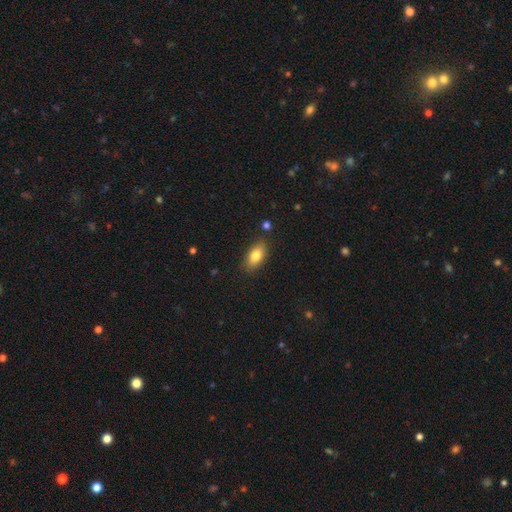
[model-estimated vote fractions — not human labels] A smooth galaxy with no disk features (82%) that is in between round and cigar-shaped (88%). Merging: none (84%).